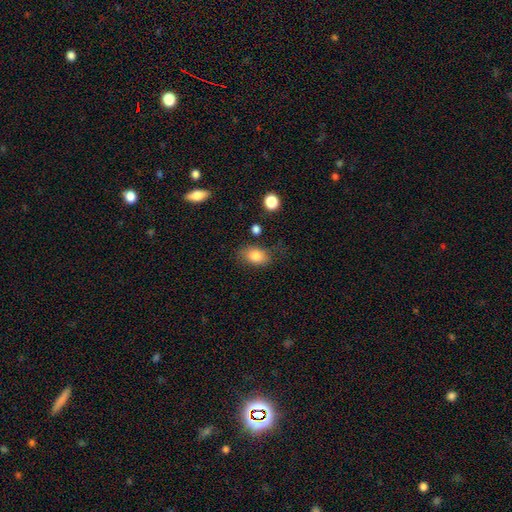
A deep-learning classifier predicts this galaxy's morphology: Smooth or featured?
  - smooth: 82% *
  - featured or disk: 9%
  - star or artifact: 9%
How rounded?
  - in between: 81% *
  - round: 18%
  - cigar-shaped: 2%
Merging?
  - none: 75% *
  - minor disturbance: 17%
  - major disturbance: 5%
  - merger: 3%